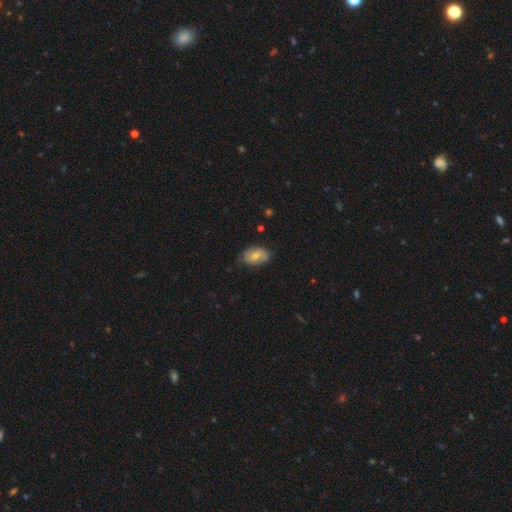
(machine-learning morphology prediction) Smooth or featured?
  - smooth: 60% *
  - featured or disk: 33%
  - star or artifact: 7%
How rounded?
  - in between: 87% *
  - round: 11%
  - cigar-shaped: 1%
Merging?
  - none: 67% *
  - minor disturbance: 26%
  - major disturbance: 5%
  - merger: 1%